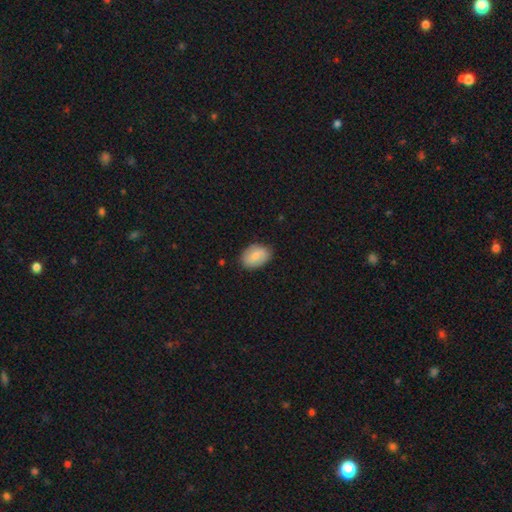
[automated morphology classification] Q: Smooth or featured?
A: smooth (77%); runner-up: featured or disk (16%)
Q: How rounded?
A: in between (83%); runner-up: round (16%)
Q: Merging?
A: none (81%); runner-up: minor disturbance (15%)